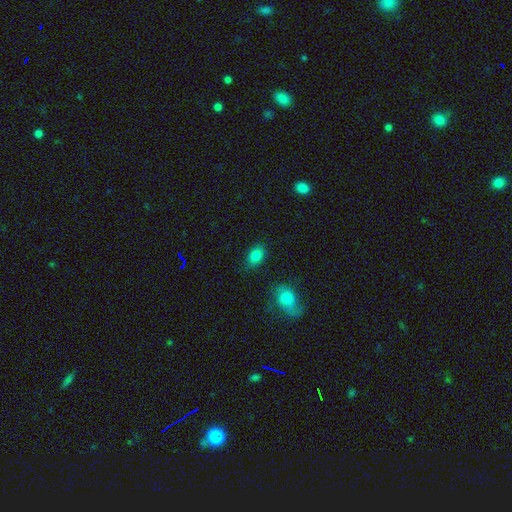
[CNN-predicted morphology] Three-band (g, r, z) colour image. It shows a smooth galaxy with no disk features (84%) that is in between round and cigar-shaped (82%). Merging: none (81%).